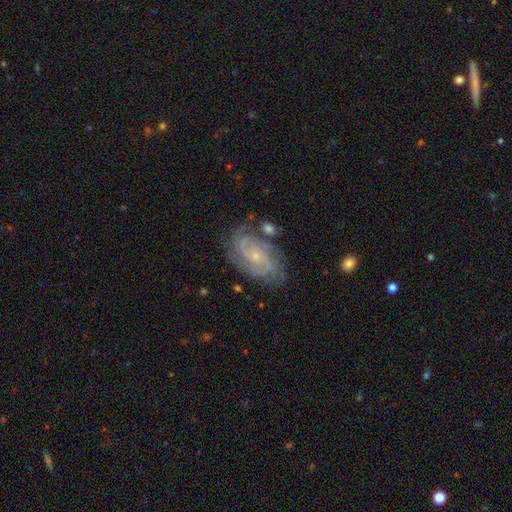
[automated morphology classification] Smooth or featured?
  - featured or disk: 83% *
  - smooth: 10%
  - star or artifact: 7%
Edge-on disk?
  - no: 96% *
  - yes: 4%
Bar?
  - no: 71% *
  - weak: 24%
  - strong: 5%
Spiral arms?
  - yes: 96% *
  - no: 4%
Spiral winding?
  - tight: 62% *
  - medium: 31%
  - loose: 7%
Spiral arm count?
  - can't tell: 27% *
  - 3: 23%
  - 2: 21%
  - 4: 17%
  - more than 4: 7%
  - 1: 6%
Bulge size?
  - small: 80% *
  - moderate: 15%
  - none: 3%
  - large: 1%
  - dominant: 1%
Merging?
  - none: 72% *
  - minor disturbance: 17%
  - major disturbance: 6%
  - merger: 5%